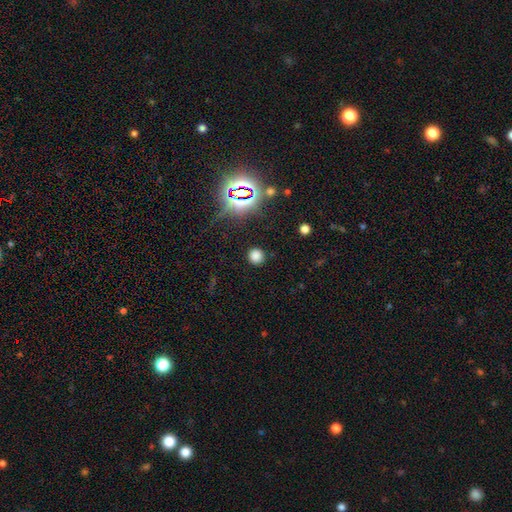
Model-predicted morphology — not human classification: A smooth galaxy with no disk features (72%) that is round (89%).

Vote fractions:
- Smooth or featured? smooth: 72% / star or artifact: 22% / featured or disk: 5%
- How rounded? round: 89% / in between: 10% / cigar-shaped: 1%
- Merging? none: 89% / minor disturbance: 7% / major disturbance: 3% / merger: 2%